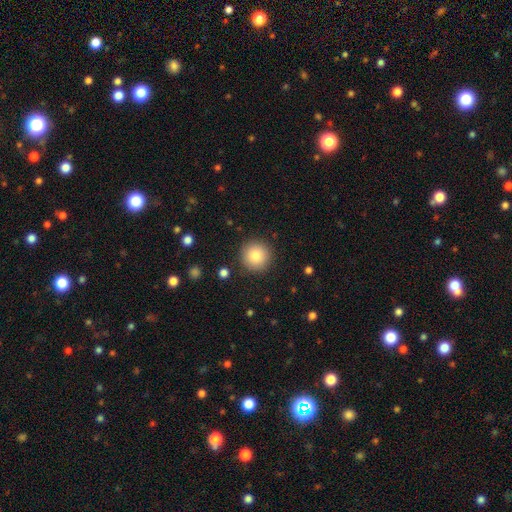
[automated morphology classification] The model was most divided on "smooth or featured": smooth: 84%, star or artifact: 9%, featured or disk: 7%. More confident: how rounded — round (95%); merging — none (90%).